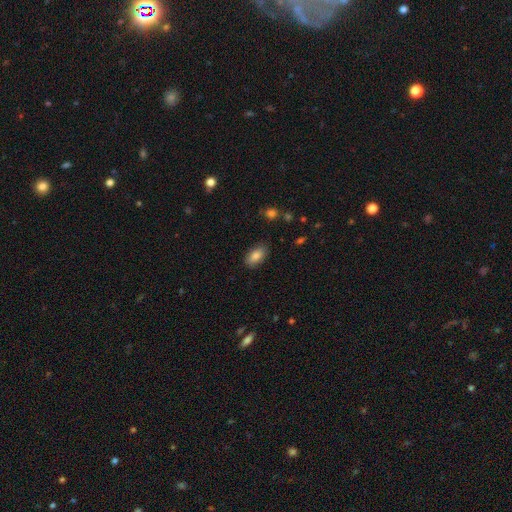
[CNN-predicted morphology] smooth-or-featured: smooth: 82% | featured or disk: 10% | star or artifact: 8%
  how-rounded: in between: 91% | round: 5% | cigar-shaped: 4%
  merging: none: 86% | minor disturbance: 11% | major disturbance: 2% | merger: 1%